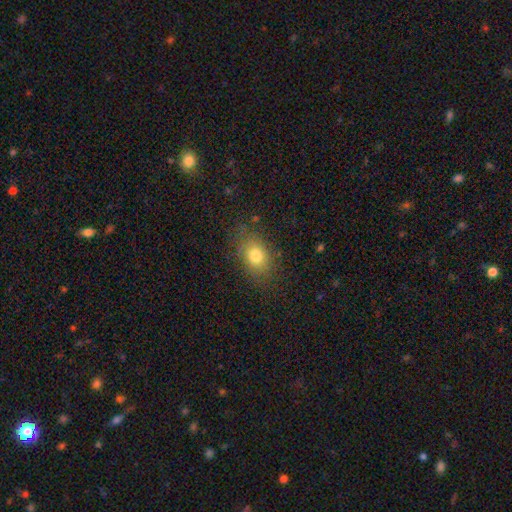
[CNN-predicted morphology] smooth_or_featured: smooth (p=0.78) [alt: featured or disk p=0.11]
how_rounded: in between (p=0.74) [alt: round p=0.25]
merging: none (p=0.78) [alt: minor disturbance p=0.15]